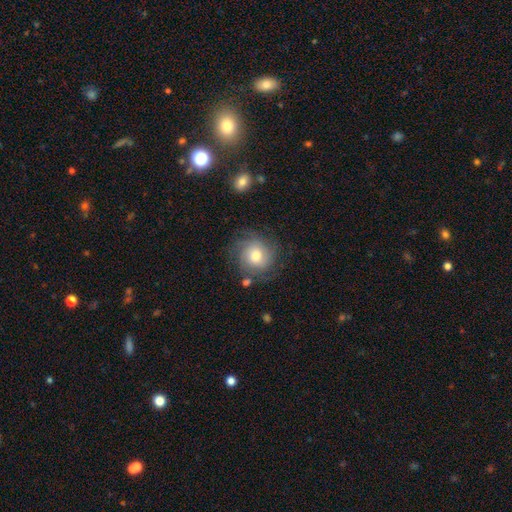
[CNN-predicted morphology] Q: Smooth or featured?
A: featured or disk (51%); runner-up: smooth (39%)
Q: Edge-on disk?
A: no (97%); runner-up: yes (3%)
Q: Merging?
A: none (72%); runner-up: minor disturbance (16%)